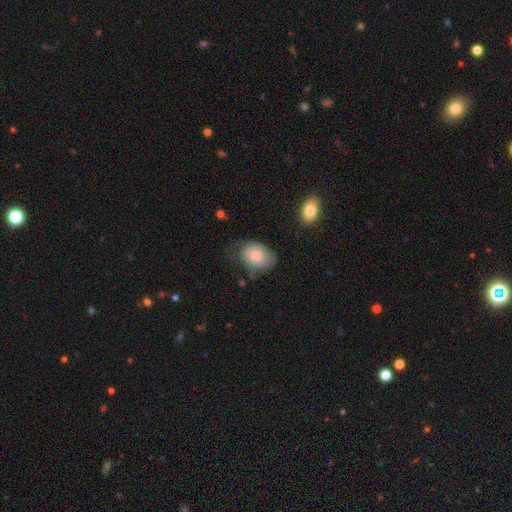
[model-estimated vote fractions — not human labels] This is likely a smooth galaxy (77%). How rounded: likely in between (74%). Merging: possibly none (52%).